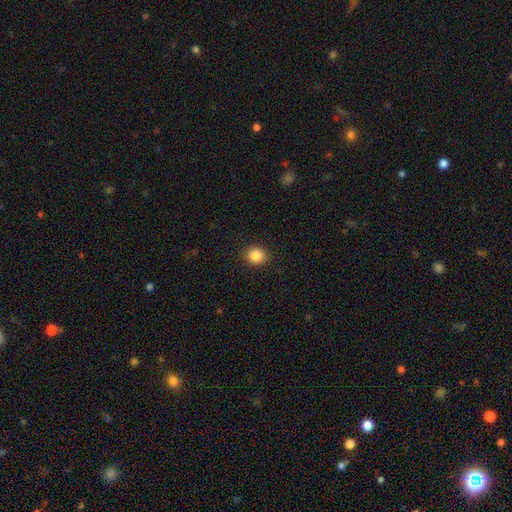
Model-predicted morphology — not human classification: Q: Smooth or featured?
A: smooth (86%); runner-up: star or artifact (10%)
Q: How rounded?
A: round (81%); runner-up: in between (18%)
Q: Merging?
A: none (91%); runner-up: minor disturbance (6%)